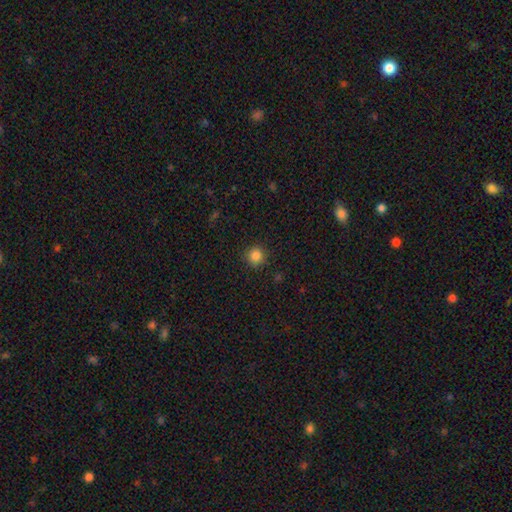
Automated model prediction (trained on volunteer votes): Overall: smooth (85%). How rounded: round (94%). Merging: none (91%).